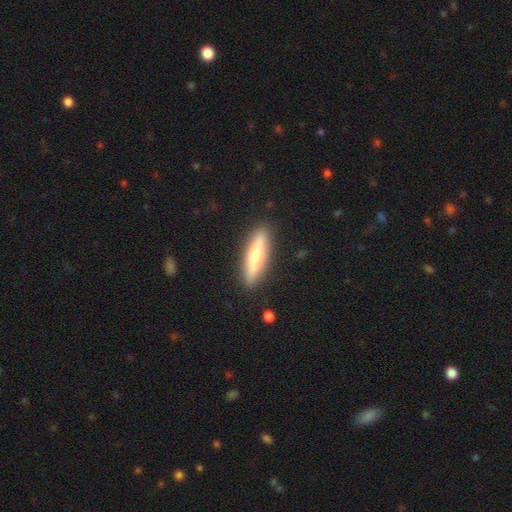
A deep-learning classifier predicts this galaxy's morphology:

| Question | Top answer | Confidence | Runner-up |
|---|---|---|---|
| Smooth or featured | smooth | 62% | featured or disk (33%) |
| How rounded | cigar-shaped | 79% | in between (20%) |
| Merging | none | 88% | minor disturbance (8%) |